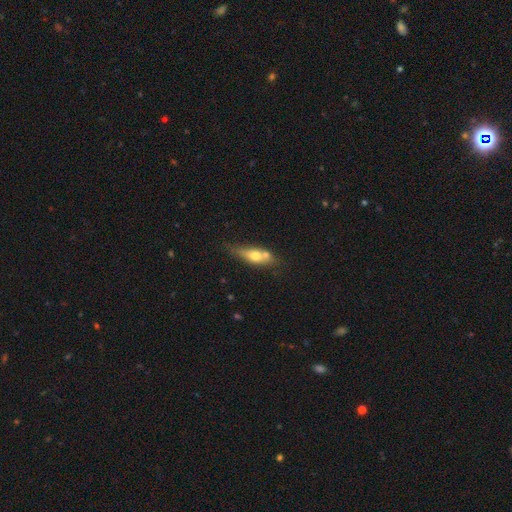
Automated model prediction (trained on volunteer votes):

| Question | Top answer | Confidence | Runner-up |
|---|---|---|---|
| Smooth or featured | smooth | 54% | featured or disk (39%) |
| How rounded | in between | 54% | cigar-shaped (41%) |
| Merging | none | 51% | merger (23%) |